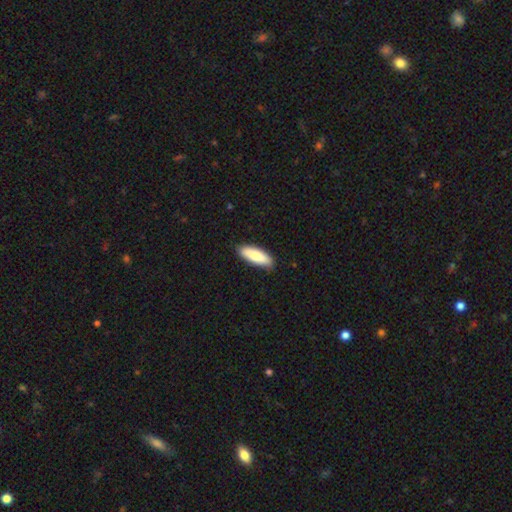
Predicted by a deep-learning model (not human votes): This is clearly a smooth galaxy (81%). How rounded: likely in between (62%). Merging: clearly none (88%).